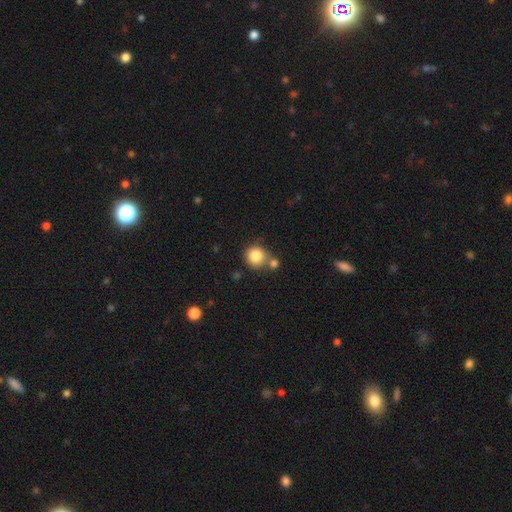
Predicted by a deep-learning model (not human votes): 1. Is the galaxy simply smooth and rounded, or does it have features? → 82% smooth, 10% star or artifact, 8% featured or disk.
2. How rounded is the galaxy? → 88% round, 11% in between, 1% cigar-shaped.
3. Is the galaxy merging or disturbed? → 57% none, 28% merger, 11% minor disturbance, 4% major disturbance.